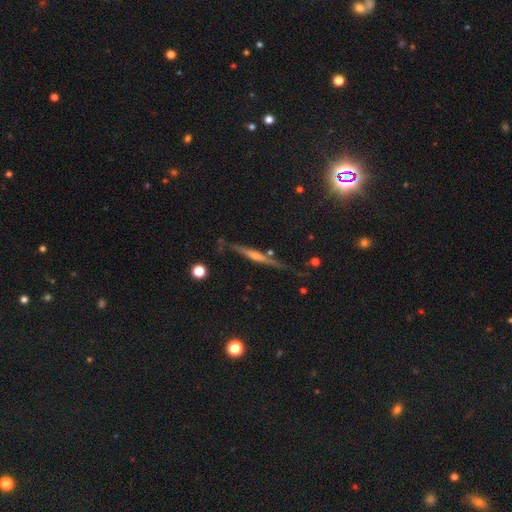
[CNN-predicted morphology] smooth_or_featured: featured or disk (p=0.68) [alt: smooth p=0.23]
disk_edge_on: yes (p=0.96) [alt: no p=0.04]
edge_on_bulge: rounded (p=0.60) [alt: none p=0.30]
merging: none (p=0.77) [alt: minor disturbance p=0.15]